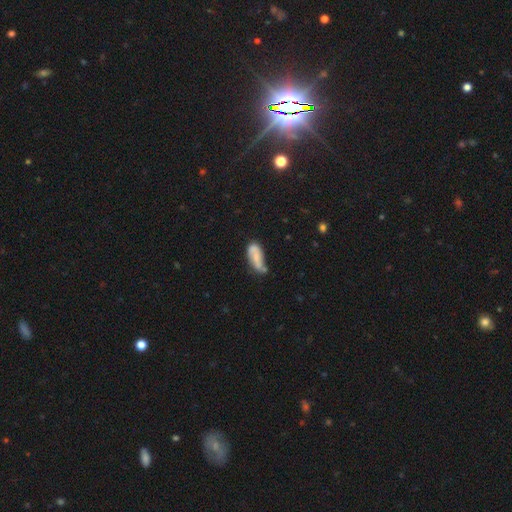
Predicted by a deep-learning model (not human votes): A smooth galaxy with no disk features (61%) that is in between round and cigar-shaped (73%). Merging: none (42%).